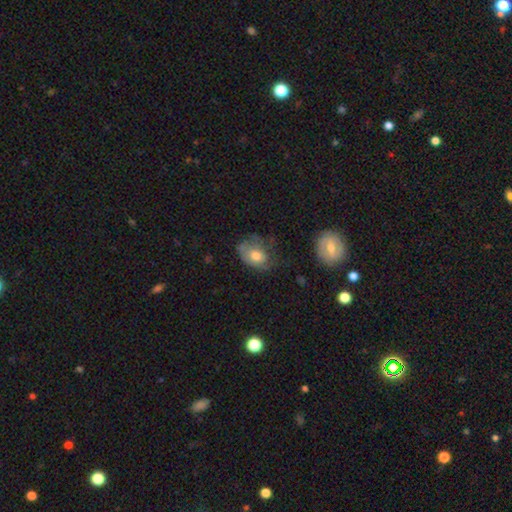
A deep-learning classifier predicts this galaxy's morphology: A smooth galaxy with no disk features (56%) that is in between round and cigar-shaped (70%). Merging: none (40%).